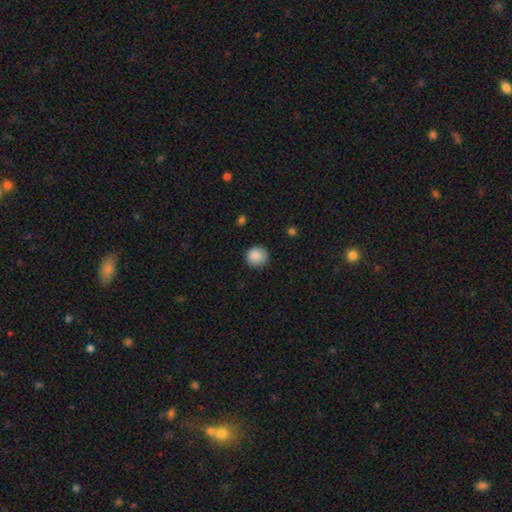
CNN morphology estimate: A smooth galaxy with no disk features (88%) that is round (90%). Merging: none (87%).